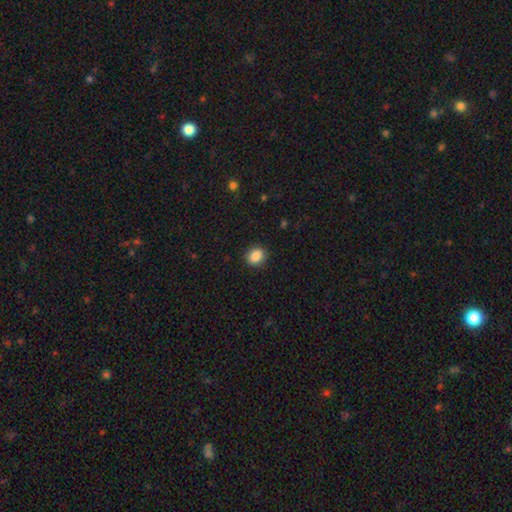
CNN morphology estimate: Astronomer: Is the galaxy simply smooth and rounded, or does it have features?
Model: smooth — 87%.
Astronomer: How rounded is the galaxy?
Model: round — 59% (runner-up: in between, 40%).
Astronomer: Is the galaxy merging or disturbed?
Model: none — 89%.